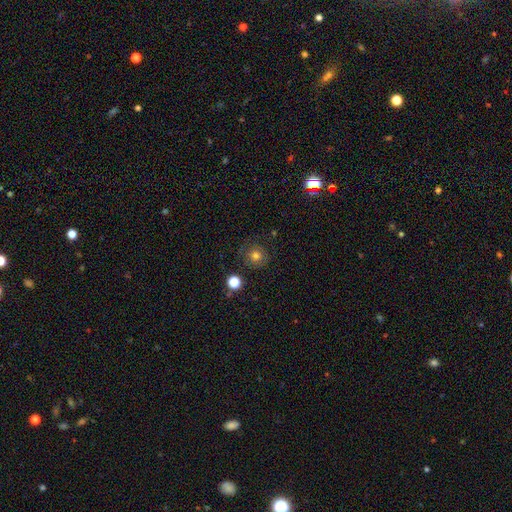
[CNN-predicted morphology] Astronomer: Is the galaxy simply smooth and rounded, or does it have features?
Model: smooth — 71%.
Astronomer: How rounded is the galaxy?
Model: round — 92%.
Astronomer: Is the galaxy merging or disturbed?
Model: none — 80%.